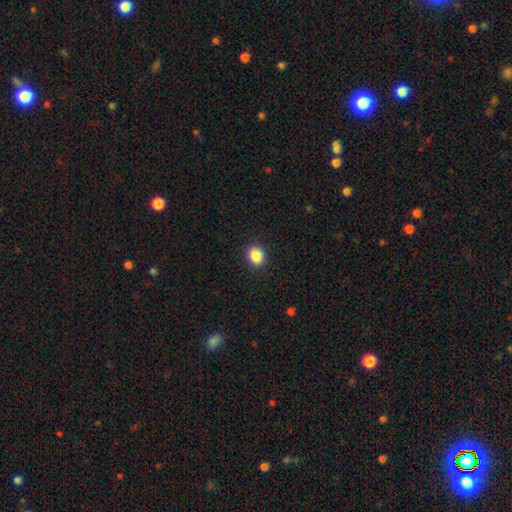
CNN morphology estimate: Smooth or featured? Predicted: smooth (p=0.88). How rounded? Predicted: in between (p=0.50). Merging? Predicted: none (p=0.90).